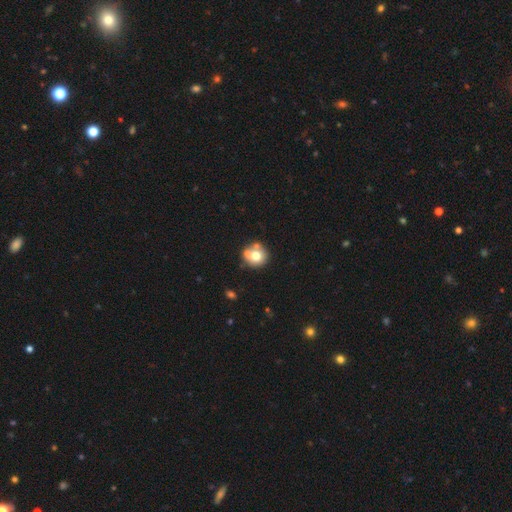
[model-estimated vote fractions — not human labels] A smooth galaxy with no disk features (68%) that is round (84%).

Vote fractions:
- Smooth or featured? smooth: 68% / featured or disk: 22% / star or artifact: 10%
- How rounded? round: 84% / in between: 16% / cigar-shaped: 1%
- Merging? none: 54% / merger: 26% / minor disturbance: 15% / major disturbance: 5%